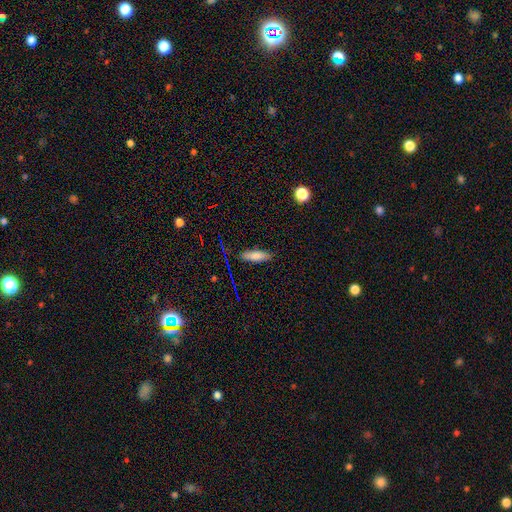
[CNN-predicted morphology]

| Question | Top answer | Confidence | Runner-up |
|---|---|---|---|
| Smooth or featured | smooth | 79% | featured or disk (12%) |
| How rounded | cigar-shaped | 51% | in between (47%) |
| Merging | none | 81% | minor disturbance (14%) |